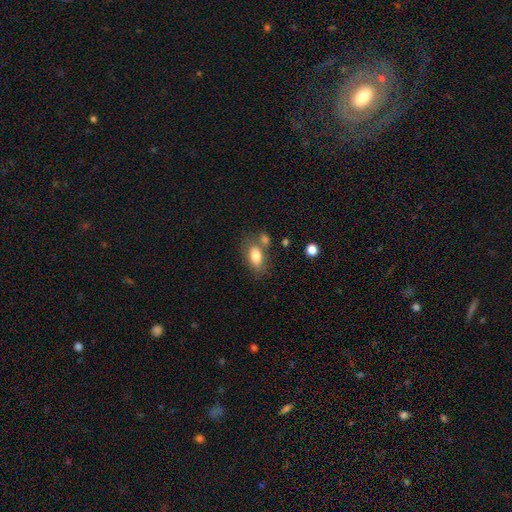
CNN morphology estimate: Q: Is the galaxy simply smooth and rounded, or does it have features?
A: smooth — 80%.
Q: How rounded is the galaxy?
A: in between — 87%.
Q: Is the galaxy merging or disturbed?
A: none — 57%.